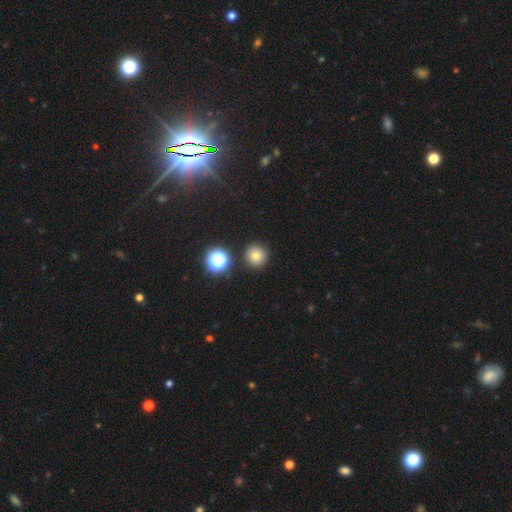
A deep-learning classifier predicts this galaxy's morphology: Smooth or featured? Predicted: smooth (p=0.75). How rounded? Predicted: round (p=0.96). Merging? Predicted: none (p=0.90).